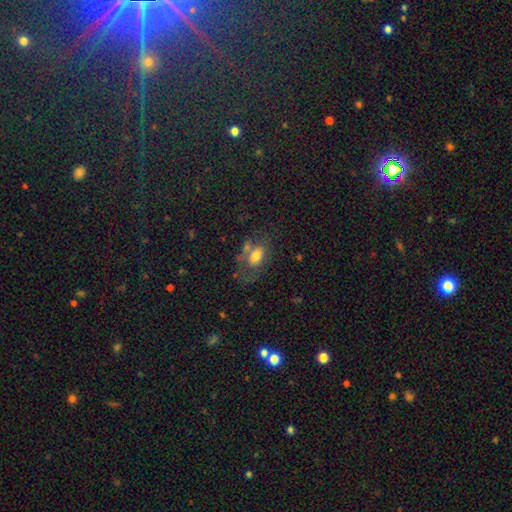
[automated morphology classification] smooth-or-featured: smooth: 63% | featured or disk: 27% | star or artifact: 10%
  how-rounded: in between: 86% | round: 10% | cigar-shaped: 3%
  merging: none: 42% | minor disturbance: 22% | major disturbance: 21% | merger: 15%